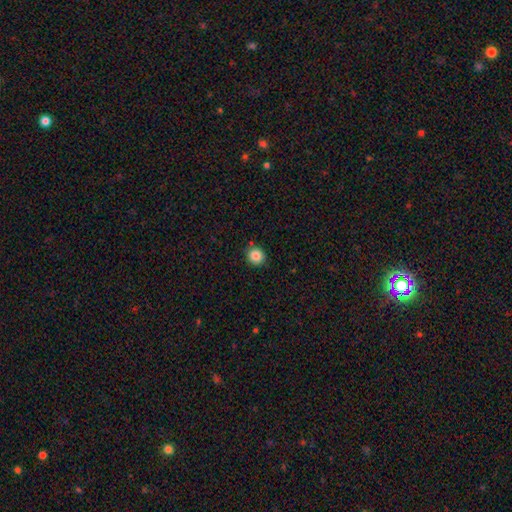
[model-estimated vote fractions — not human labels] smooth_or_featured: smooth (p=0.86) [alt: star or artifact p=0.10]
how_rounded: round (p=0.91) [alt: in between p=0.08]
merging: none (p=0.89) [alt: minor disturbance p=0.08]